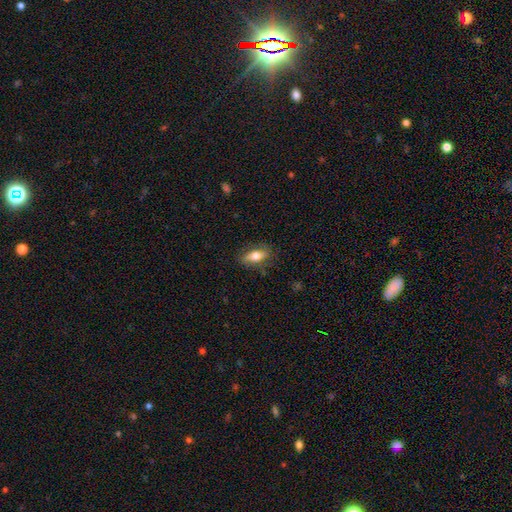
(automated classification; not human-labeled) smooth 64%, featured or disk 29%, star or artifact 7%. Down the decision tree: how rounded — in between (76%); merging — none (80%).